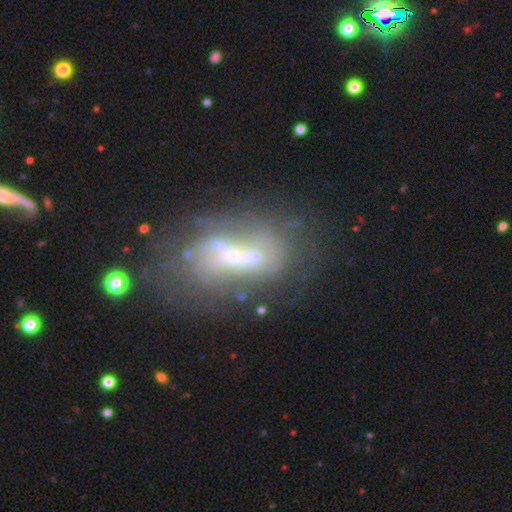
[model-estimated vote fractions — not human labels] Smooth or featured?
  - featured or disk: 59% *
  - smooth: 24%
  - star or artifact: 18%
Edge-on disk?
  - no: 93% *
  - yes: 7%
Bar?
  - no: 70% *
  - weak: 18%
  - strong: 12%
Spiral arms?
  - no: 76% *
  - yes: 24%
Bulge size?
  - small: 48% *
  - none: 28%
  - moderate: 18%
  - large: 3%
  - dominant: 2%
Merging?
  - none: 36% *
  - major disturbance: 27%
  - merger: 20%
  - minor disturbance: 16%